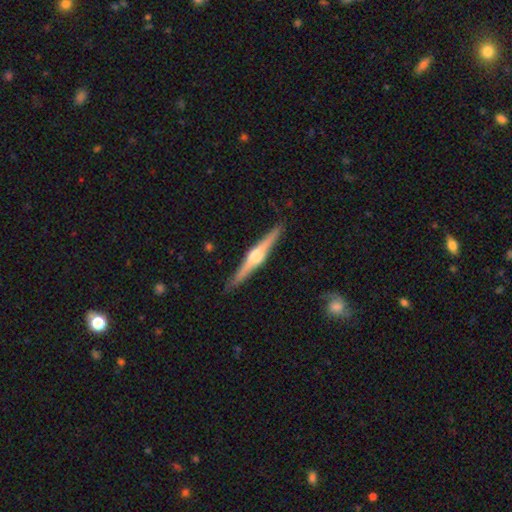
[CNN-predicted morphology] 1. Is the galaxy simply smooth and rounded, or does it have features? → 80% featured or disk, 15% smooth, 5% star or artifact.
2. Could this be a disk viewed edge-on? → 98% yes, 2% no.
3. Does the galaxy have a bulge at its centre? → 91% rounded, 6% boxy, 3% none.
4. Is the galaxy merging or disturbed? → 90% none, 8% minor disturbance, 2% major disturbance, 1% merger.